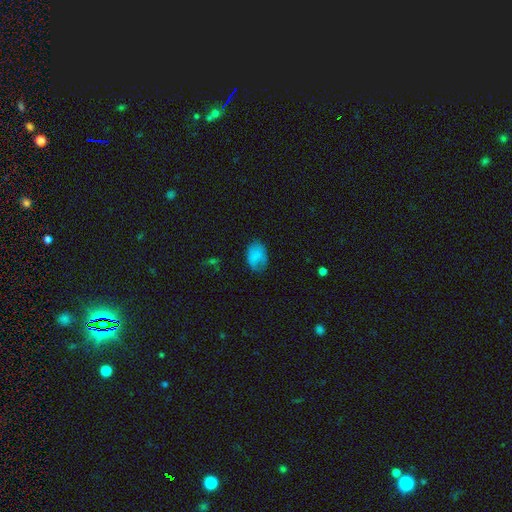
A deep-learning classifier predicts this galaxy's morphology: This appears to be a smooth galaxy with no disk features (78%) that is in between round and cigar-shaped (84%). Merging: none (66%).